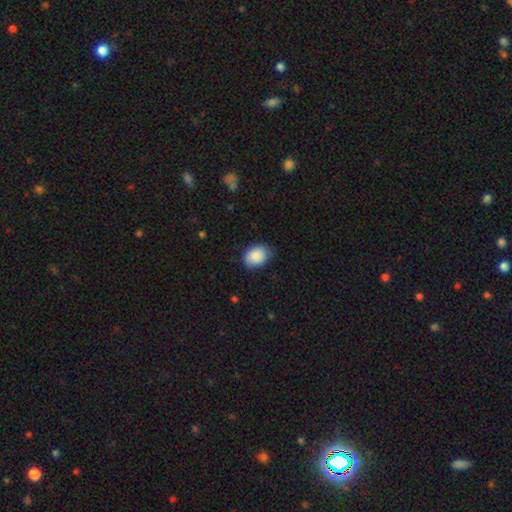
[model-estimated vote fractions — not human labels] The model was most divided on "how rounded": in between: 74%, round: 25%, cigar-shaped: 1%. More confident: smooth or featured — smooth (87%); merging — none (76%).